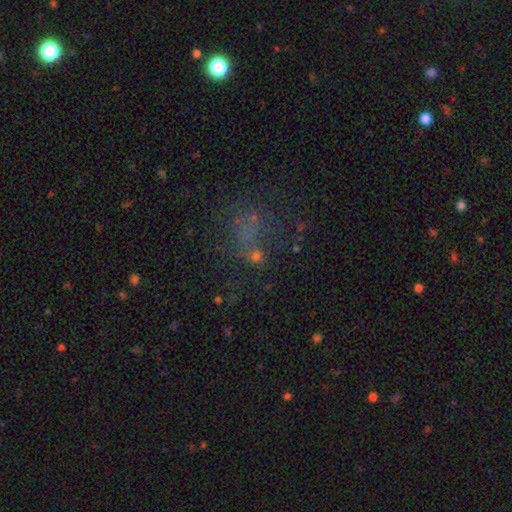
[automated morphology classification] Smooth or featured? Predicted: smooth (p=0.40). Merging? Predicted: none (p=0.46).